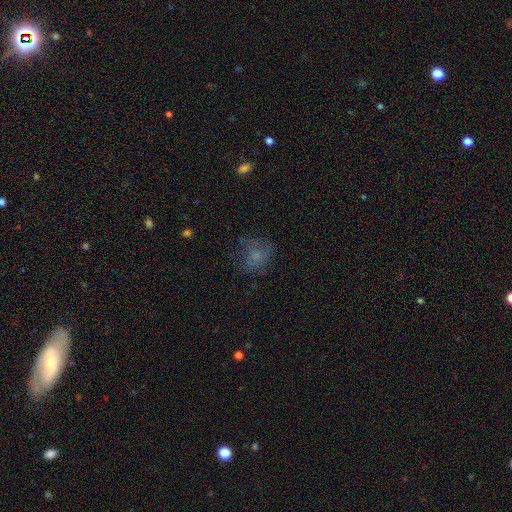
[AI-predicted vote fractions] Overall: smooth (68%). How rounded: round (69%). Merging: none (55%; minor disturbance 23%).